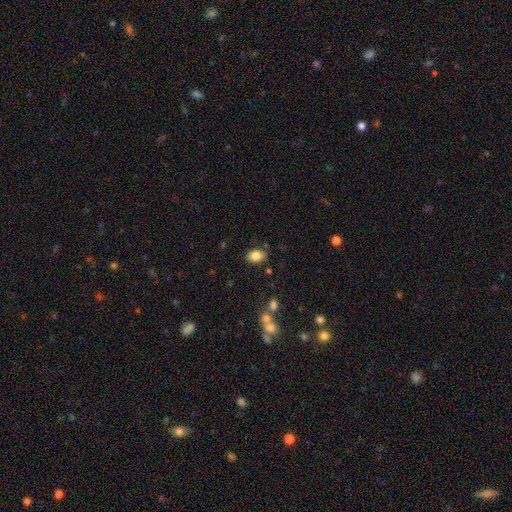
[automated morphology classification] This is clearly a smooth galaxy (83%). How rounded: clearly in between (80%). Merging: clearly none (82%).